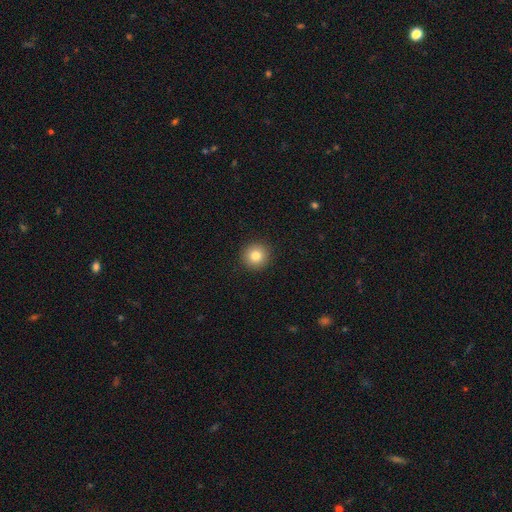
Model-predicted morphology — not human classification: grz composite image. It shows a smooth galaxy with no disk features (81%) that is round (94%). Merging: none (92%).